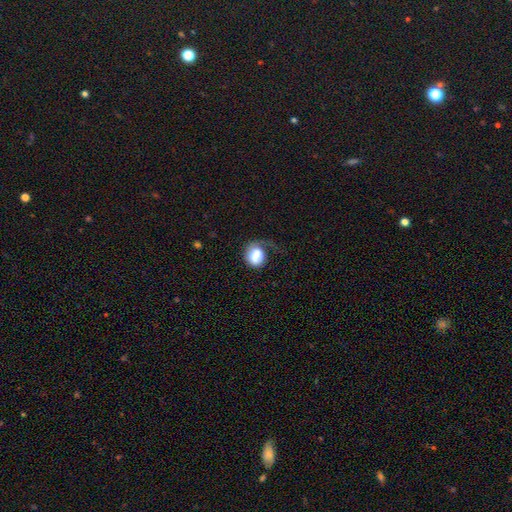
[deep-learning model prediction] Smooth or featured: smooth — 77% (featured or disk — 16%)
How rounded: round — 58% (in between — 41%)
Merging: major disturbance — 41% (none — 31%)